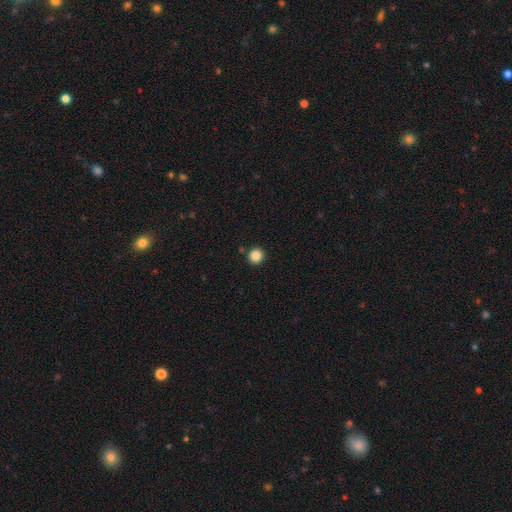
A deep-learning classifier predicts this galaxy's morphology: A smooth galaxy with no disk features (86%) that is round (95%).

Vote fractions:
- Smooth or featured? smooth: 86% / star or artifact: 11% / featured or disk: 4%
- How rounded? round: 95% / in between: 4% / cigar-shaped: 1%
- Merging? none: 91% / minor disturbance: 5% / merger: 3% / major disturbance: 2%